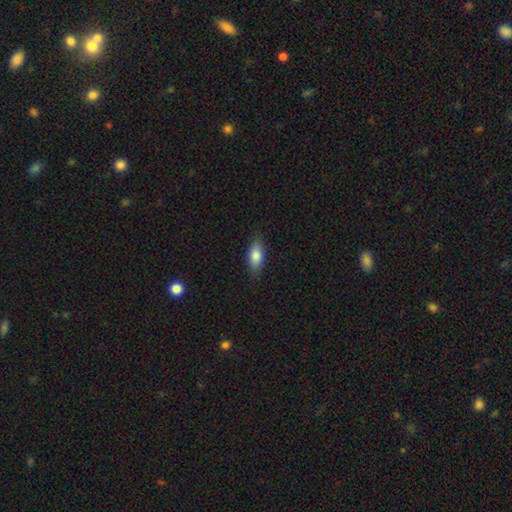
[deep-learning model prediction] Q: Smooth or featured?
A: smooth (83%); runner-up: featured or disk (10%)
Q: How rounded?
A: in between (84%); runner-up: cigar-shaped (12%)
Q: Merging?
A: none (84%); runner-up: minor disturbance (12%)